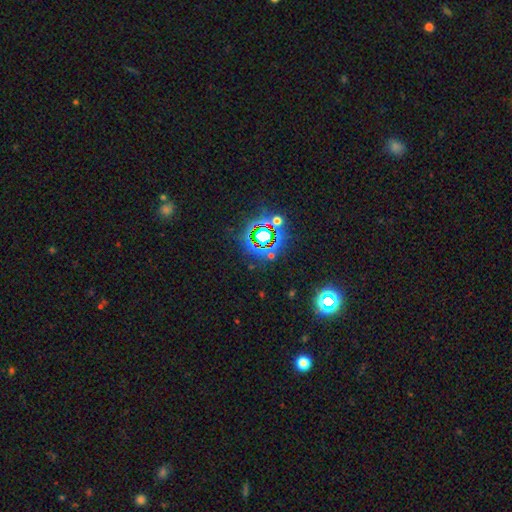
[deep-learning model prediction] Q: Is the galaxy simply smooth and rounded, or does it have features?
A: star or artifact — 74%.